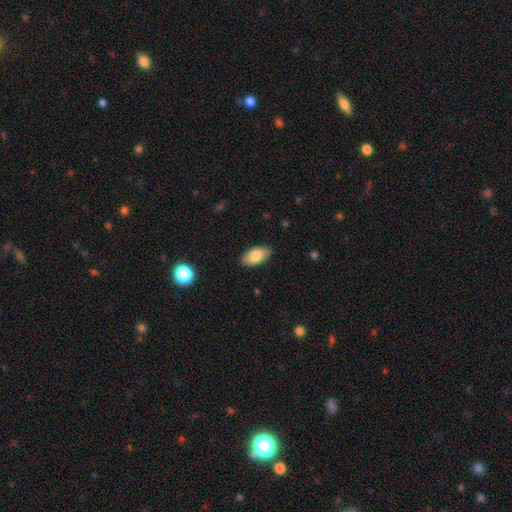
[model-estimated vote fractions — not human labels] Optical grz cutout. It shows a smooth galaxy with no disk features (83%) that is in between round and cigar-shaped (94%). Merging: none (87%).